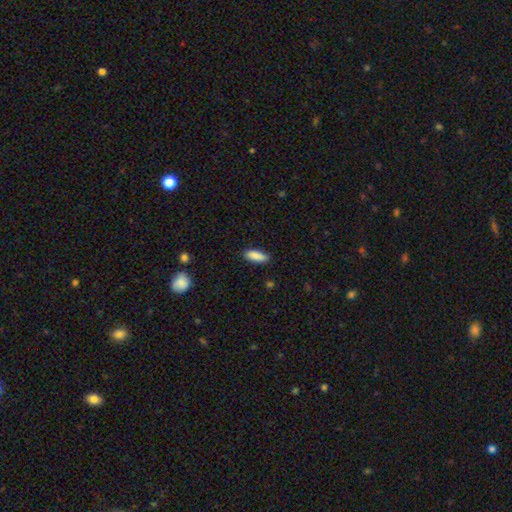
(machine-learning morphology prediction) type=smooth (88%); roundness=in between (70%); merging=none (86%).